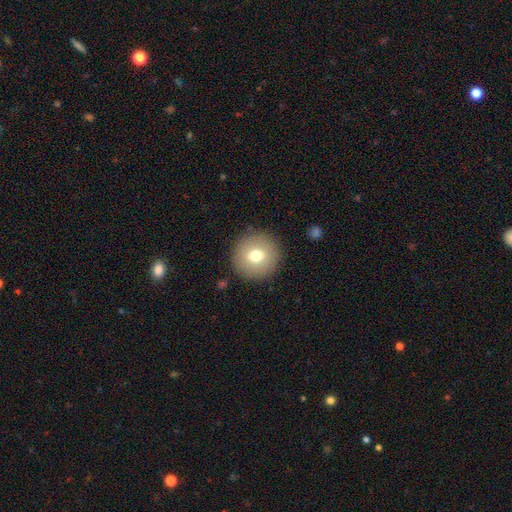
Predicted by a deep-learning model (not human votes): Smooth or featured?
  - smooth: 73% *
  - featured or disk: 18%
  - star or artifact: 10%
How rounded?
  - round: 95% *
  - in between: 4%
  - cigar-shaped: 1%
Merging?
  - none: 90% *
  - minor disturbance: 6%
  - major disturbance: 3%
  - merger: 1%